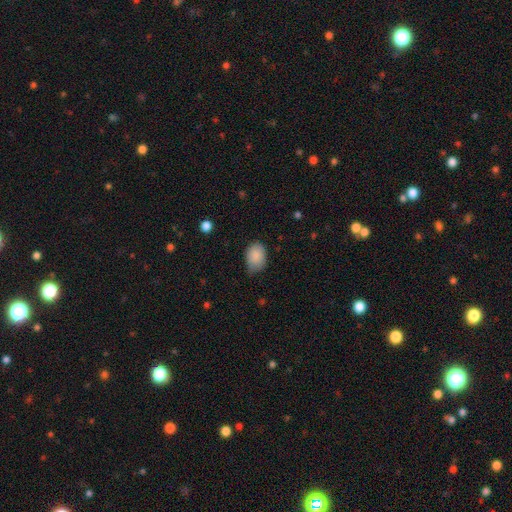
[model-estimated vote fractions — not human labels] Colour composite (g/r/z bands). It shows a smooth galaxy with no disk features (87%) that is in between round and cigar-shaped (77%). Merging: none (59%).